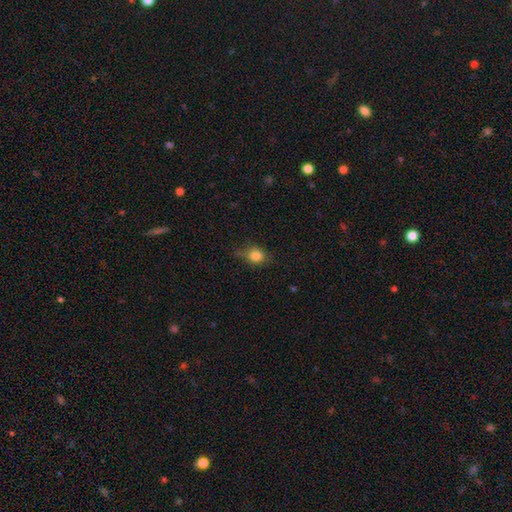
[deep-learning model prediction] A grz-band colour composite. It shows a smooth galaxy with no disk features (80%) that is round (61%). Merging: none (63%).